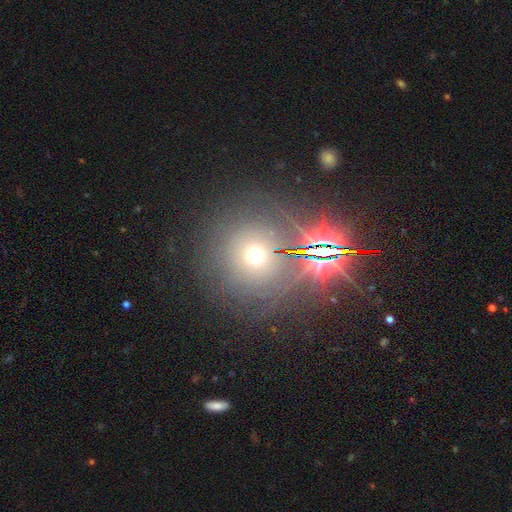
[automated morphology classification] The model was most divided on "smooth or featured": smooth: 52%, star or artifact: 34%, featured or disk: 14%. More confident: how rounded — round (89%); merging — none (78%).